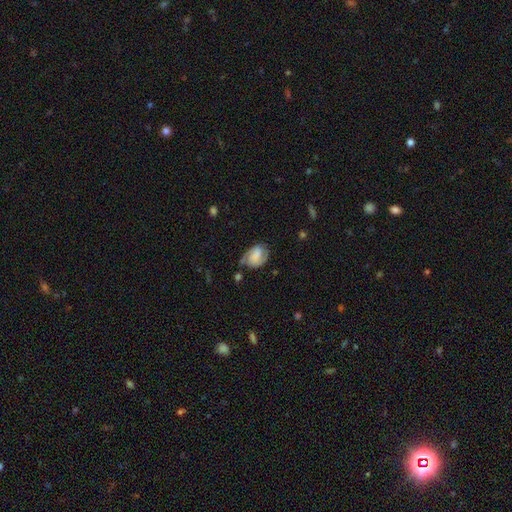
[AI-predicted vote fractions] A featured or disk galaxy (62%) with no bar (44%), 2 (81%) medium (44%) spiral arms (91%) and no central bulge (41%). Merging: none (59%).